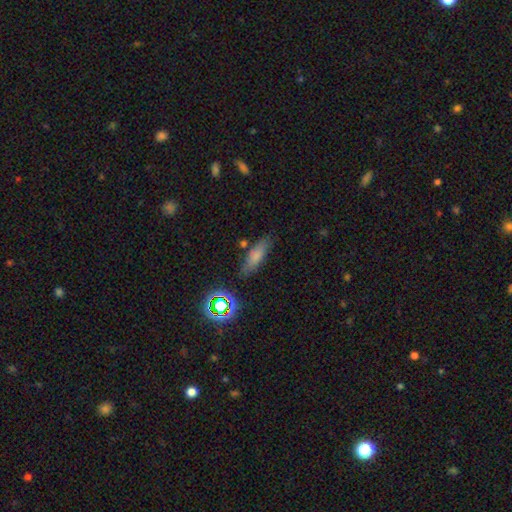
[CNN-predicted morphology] Smooth or featured? Predicted: smooth (p=0.71). How rounded? Predicted: cigar-shaped (p=0.49). Merging? Predicted: none (p=0.77).